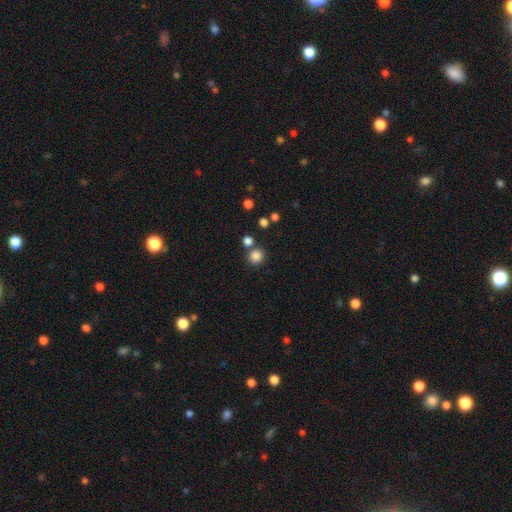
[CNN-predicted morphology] Smooth or featured: smooth — 84% (star or artifact — 12%)
How rounded: round — 91% (in between — 8%)
Merging: none — 77% (merger — 12%)